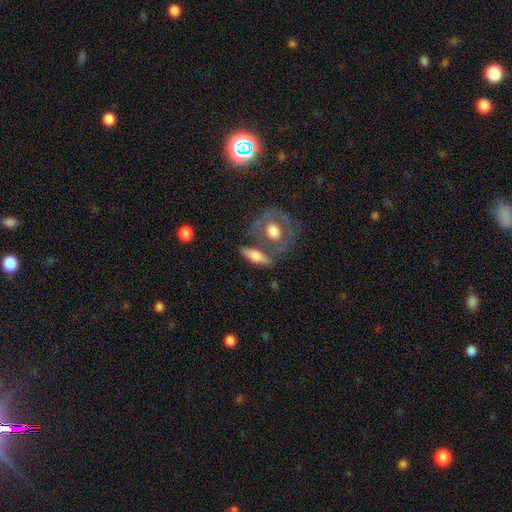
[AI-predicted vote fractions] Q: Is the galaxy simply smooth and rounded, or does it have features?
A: smooth — 53%.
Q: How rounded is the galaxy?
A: in between — 50%.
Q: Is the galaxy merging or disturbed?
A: none — 61%.